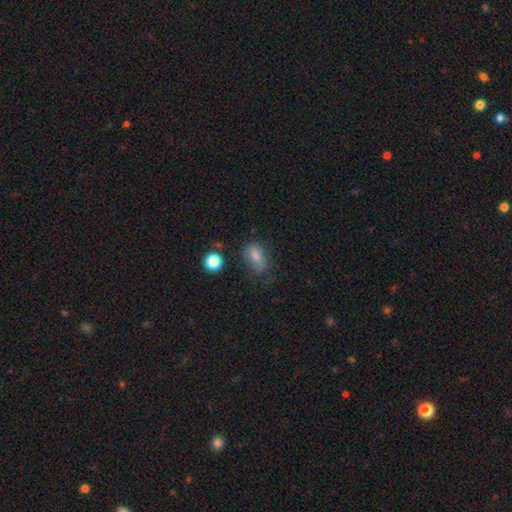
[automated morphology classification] Overall: smooth (71%). How rounded: in between (79%). Merging: none (60%; minor disturbance 26%).